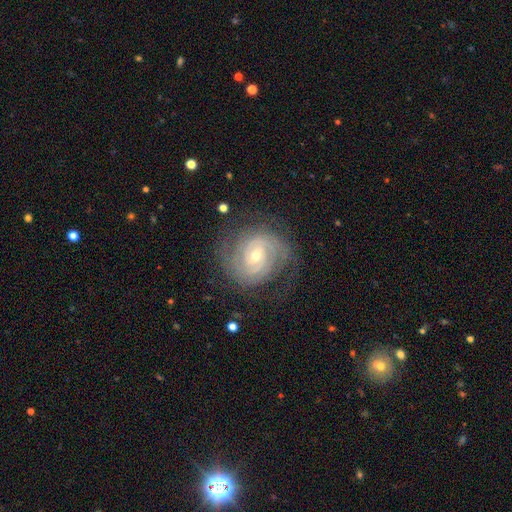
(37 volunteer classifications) smooth-or-featured: featured or disk: 92% | star or artifact: 5% | smooth: 3%
  disk-edge-on: no: 100% | yes: 0%
    bar: weak: 65% | no: 26% | strong: 9%
    has-spiral-arms: yes: 100% | no: 0%
      spiral-winding: tight: 88% | medium: 12% | loose: 0%
      spiral-arm-count: 2: 59% | can't tell: 24% | 3: 6% | 4: 6% | more than 4: 6% | 1: 0%
    bulge-size: small: 56% | moderate: 44% | dominant: 0% | large: 0% | none: 0%
  merging: none: 63% | minor disturbance: 23% | major disturbance: 11% | merger: 3%